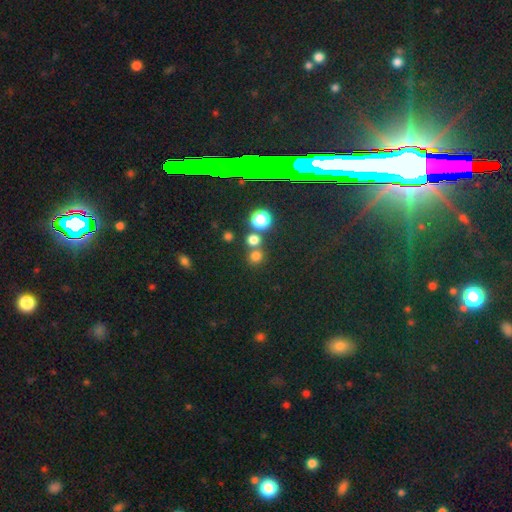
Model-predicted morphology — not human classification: Smooth or featured? smooth (70%)
How rounded? round (88%)
Merging? none (68%)